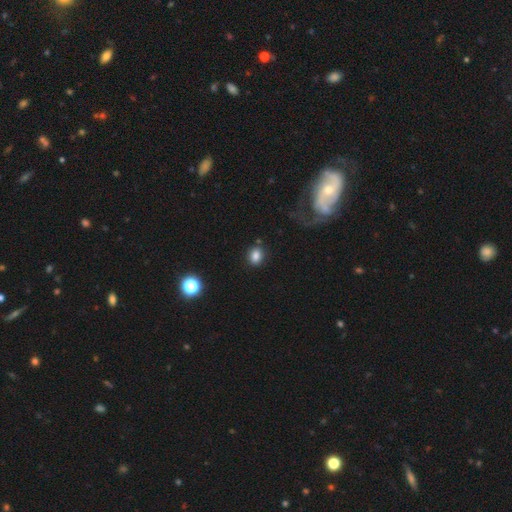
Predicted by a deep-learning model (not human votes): Overall: smooth (83%). How rounded: in between (50%; round 49%). Merging: none (84%).